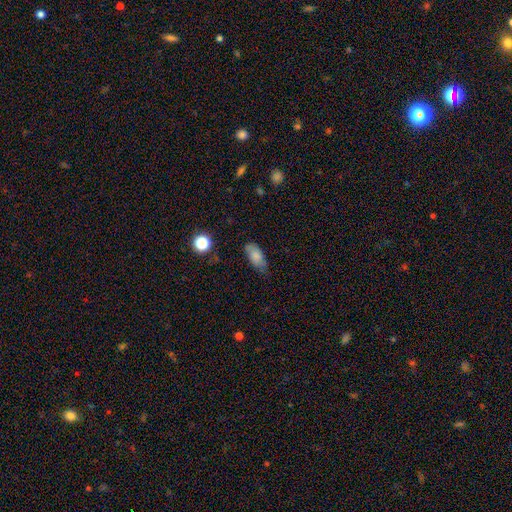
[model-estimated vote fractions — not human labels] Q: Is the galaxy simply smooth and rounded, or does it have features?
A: smooth — 80%.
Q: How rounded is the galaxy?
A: in between — 85%.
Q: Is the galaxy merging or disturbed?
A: none — 65%.